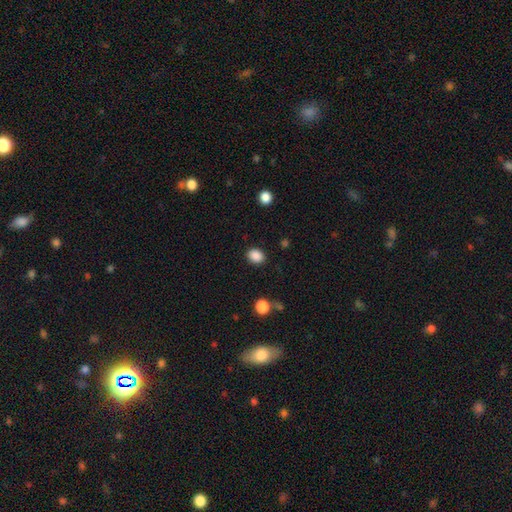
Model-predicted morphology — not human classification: Smooth or featured? Predicted: smooth (p=0.88). How rounded? Predicted: in between (p=0.55). Merging? Predicted: none (p=0.87).